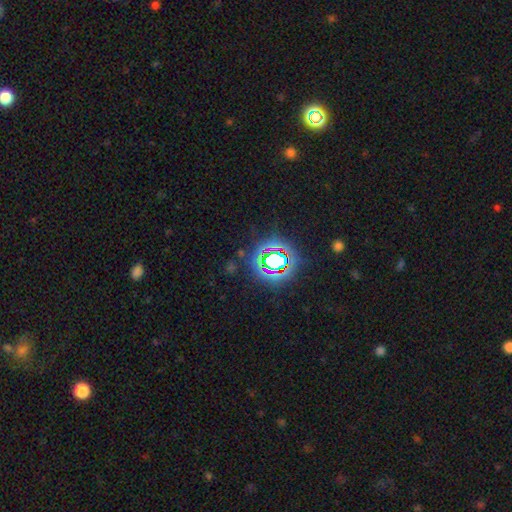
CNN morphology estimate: This is likely a star or artifact rather than a galaxy (78%).